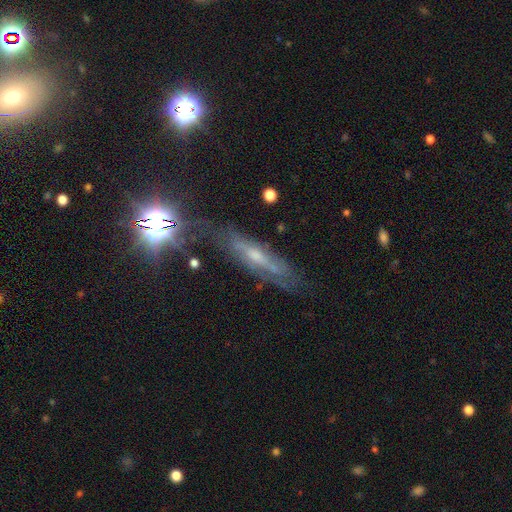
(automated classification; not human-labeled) Q: Smooth or featured?
A: featured or disk (59%); runner-up: star or artifact (21%)
Q: Edge-on disk?
A: yes (61%); runner-up: no (39%)
Q: Merging?
A: none (72%); runner-up: minor disturbance (18%)